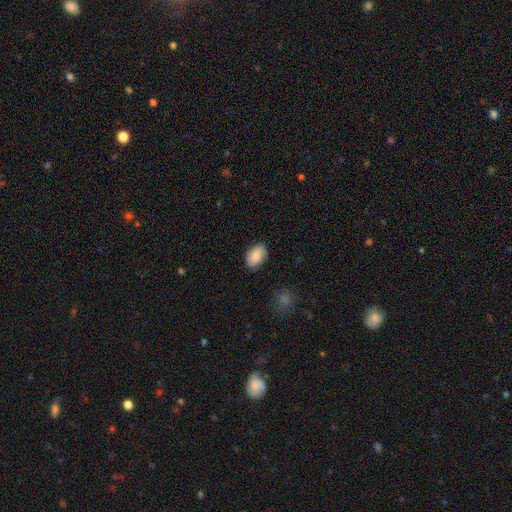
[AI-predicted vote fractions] smooth 87%, featured or disk 7%, star or artifact 6%. Down the decision tree: how rounded — in between (89%); merging — none (85%).